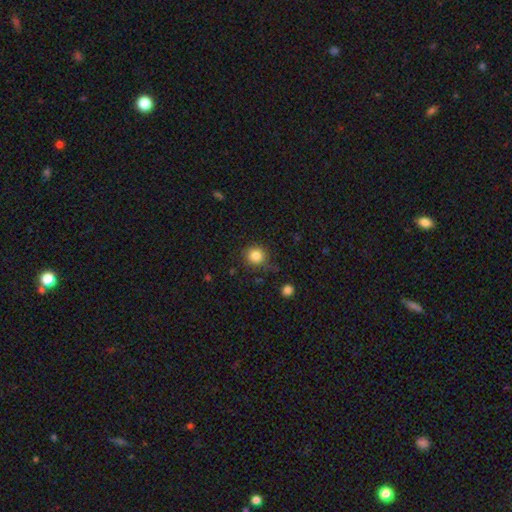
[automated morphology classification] A smooth galaxy with no disk features (84%) that is round (92%).

Vote fractions:
- Smooth or featured? smooth: 84% / star or artifact: 11% / featured or disk: 5%
- How rounded? round: 92% / in between: 7% / cigar-shaped: 1%
- Merging? none: 82% / minor disturbance: 12% / major disturbance: 4% / merger: 3%